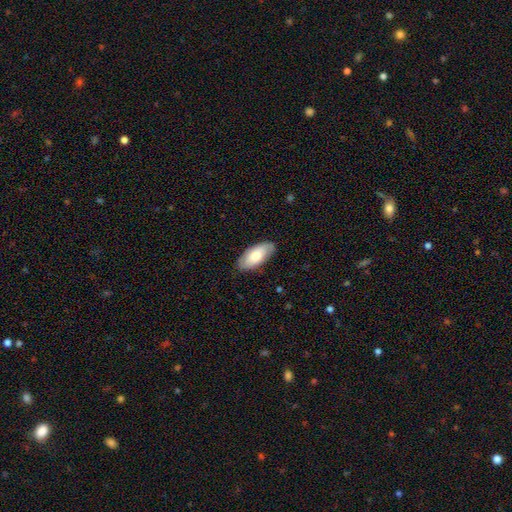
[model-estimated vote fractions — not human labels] Smooth or featured? smooth (73%)
How rounded? in between (92%)
Merging? none (84%)